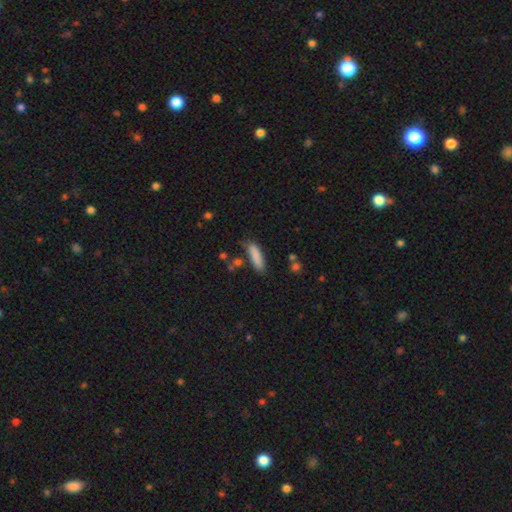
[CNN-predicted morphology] smooth_or_featured: smooth (p=0.86) [alt: star or artifact p=0.07]
how_rounded: cigar-shaped (p=0.60) [alt: in between p=0.38]
merging: none (p=0.74) [alt: minor disturbance p=0.17]